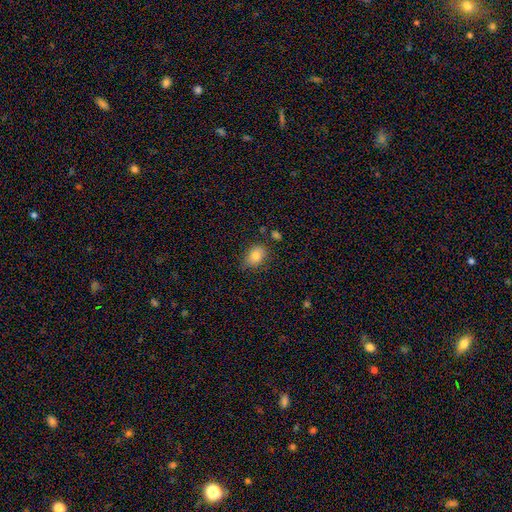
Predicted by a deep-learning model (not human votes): A smooth galaxy with no disk features (79%) that is in between round and cigar-shaped (59%). Merging: none (75%).